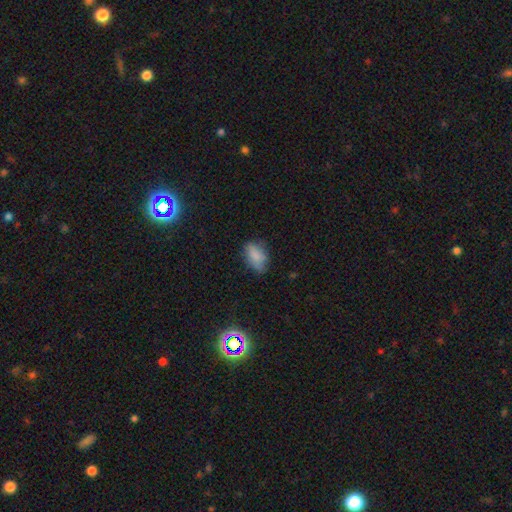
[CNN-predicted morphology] The model was most divided on "merging": none: 69%, minor disturbance: 24%, major disturbance: 6%, merger: 1%. More confident: how rounded — in between (90%); smooth or featured — smooth (82%).